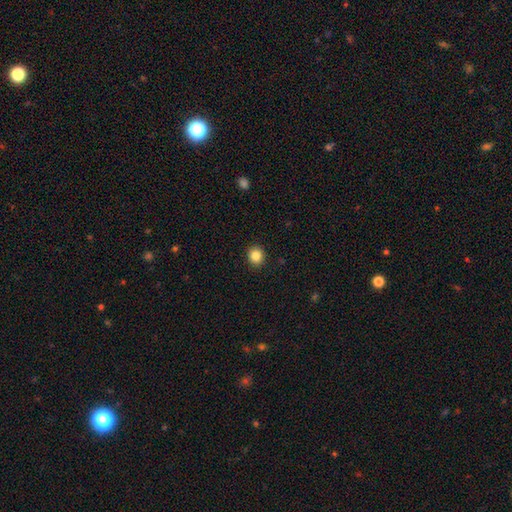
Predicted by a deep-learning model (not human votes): Smooth or featured?
  - smooth: 85% *
  - star or artifact: 10%
  - featured or disk: 5%
How rounded?
  - round: 84% *
  - in between: 16%
  - cigar-shaped: 1%
Merging?
  - none: 92% *
  - minor disturbance: 5%
  - major disturbance: 2%
  - merger: 1%